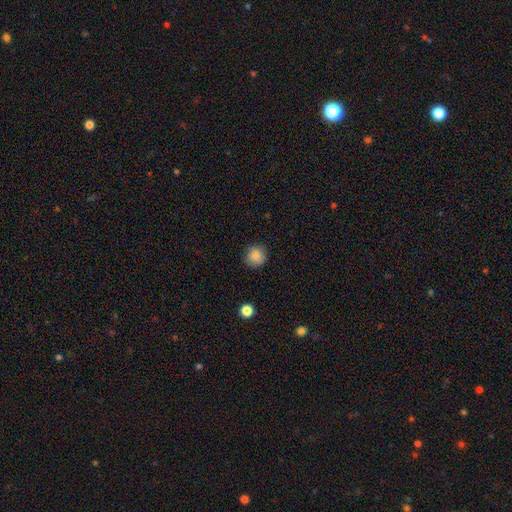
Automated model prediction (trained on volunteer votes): A smooth galaxy with no disk features (86%) that is round (91%).

Vote fractions:
- Smooth or featured? smooth: 86% / star or artifact: 10% / featured or disk: 4%
- How rounded? round: 91% / in between: 8% / cigar-shaped: 1%
- Merging? none: 85% / minor disturbance: 11% / major disturbance: 3% / merger: 1%